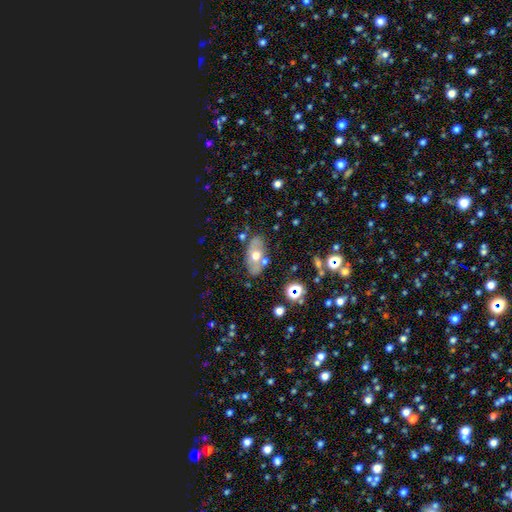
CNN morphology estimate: Smooth or featured?
  - smooth: 49% *
  - featured or disk: 42%
  - star or artifact: 9%
Merging?
  - none: 71% *
  - minor disturbance: 15%
  - merger: 9%
  - major disturbance: 5%